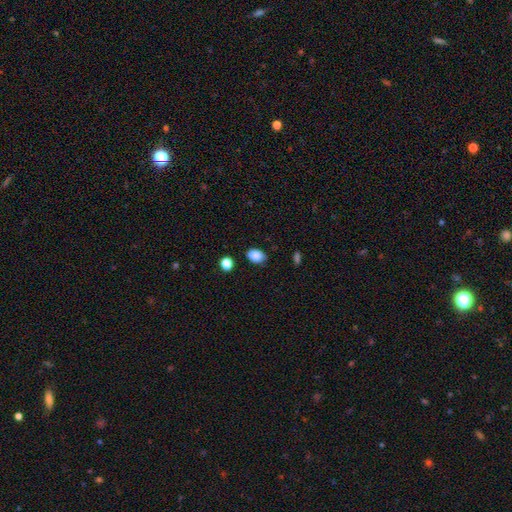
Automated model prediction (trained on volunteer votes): Overall: smooth (86%). How rounded: in between (83%). Merging: none (84%).